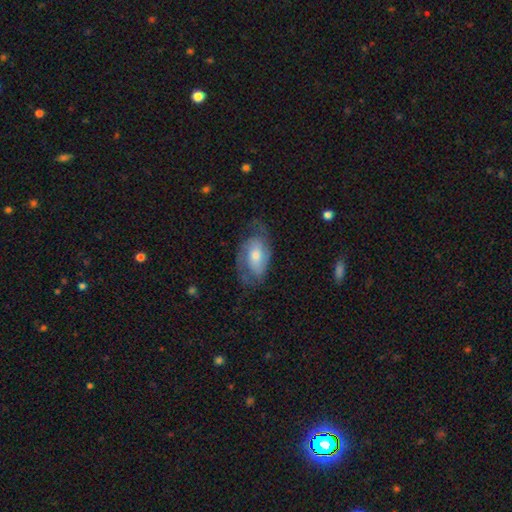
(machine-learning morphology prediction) type=featured or disk (66%); edge-on=no (95%); bar=no (61%); spiral arms=yes (87%); winding=medium (45%); arm count=2 (66%); bulge=moderate (50%); merging=none (59%).